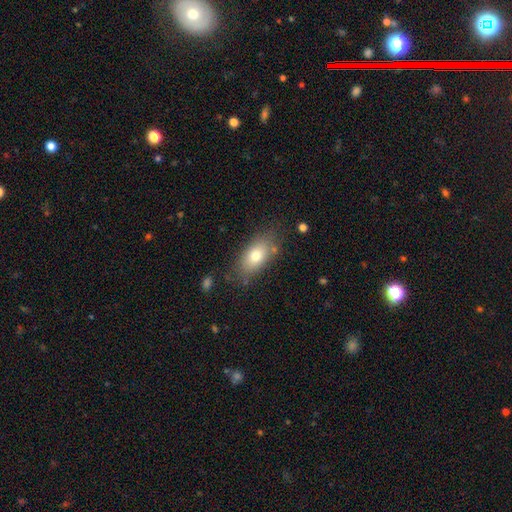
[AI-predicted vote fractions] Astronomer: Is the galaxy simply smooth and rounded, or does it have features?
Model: smooth — 73%.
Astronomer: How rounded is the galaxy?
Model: in between — 87%.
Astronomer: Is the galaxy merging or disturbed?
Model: none — 77%.